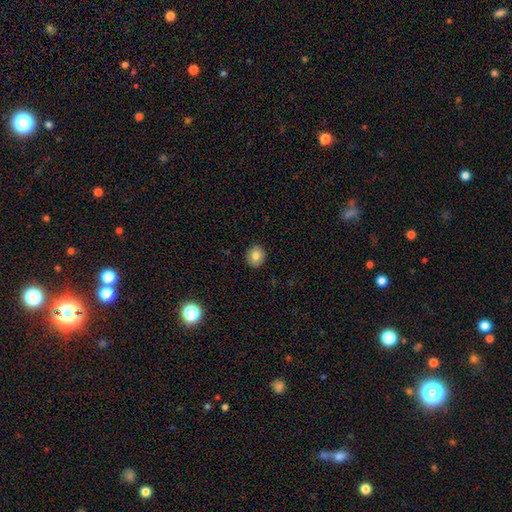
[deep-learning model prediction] A smooth galaxy with no disk features (80%) that is round (84%). Merging: none (91%).